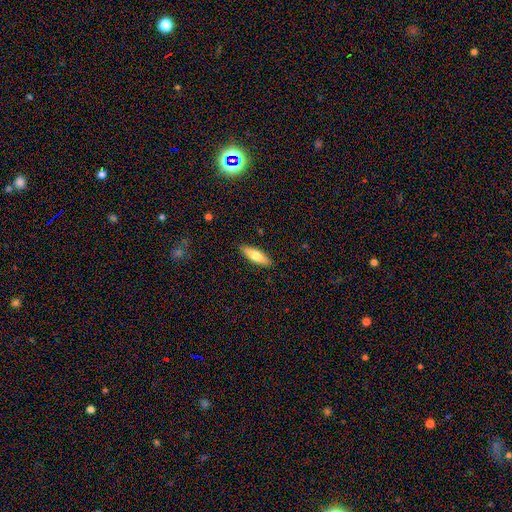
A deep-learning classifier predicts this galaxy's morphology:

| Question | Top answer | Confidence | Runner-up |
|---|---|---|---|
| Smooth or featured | smooth | 69% | featured or disk (25%) |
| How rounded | cigar-shaped | 50% | in between (48%) |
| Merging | none | 89% | minor disturbance (8%) |